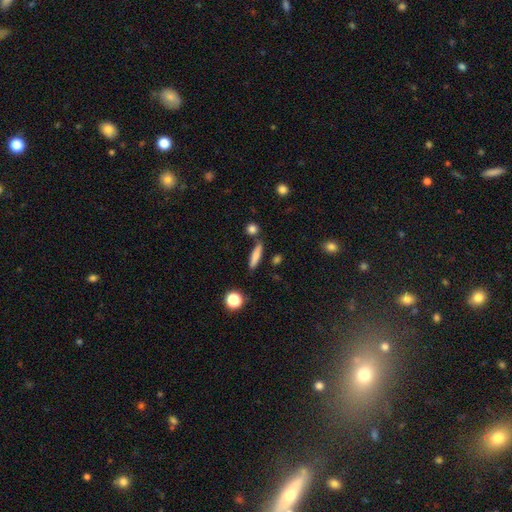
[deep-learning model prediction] Overall: smooth (75%). How rounded: cigar-shaped (81%). Merging: none (82%).